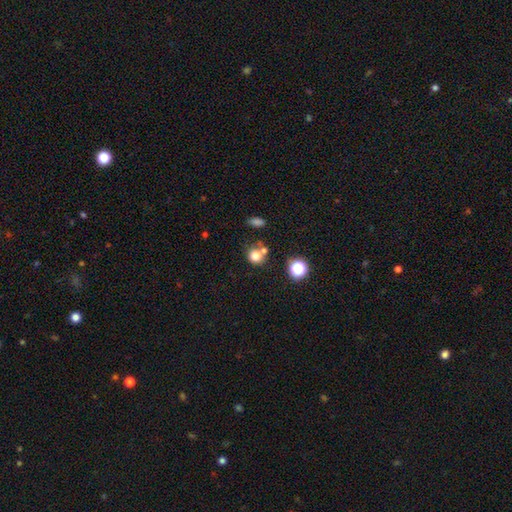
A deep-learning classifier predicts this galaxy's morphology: Smooth or featured: smooth — 77% (star or artifact — 15%)
How rounded: round — 83% (in between — 16%)
Merging: none — 57% (merger — 26%)